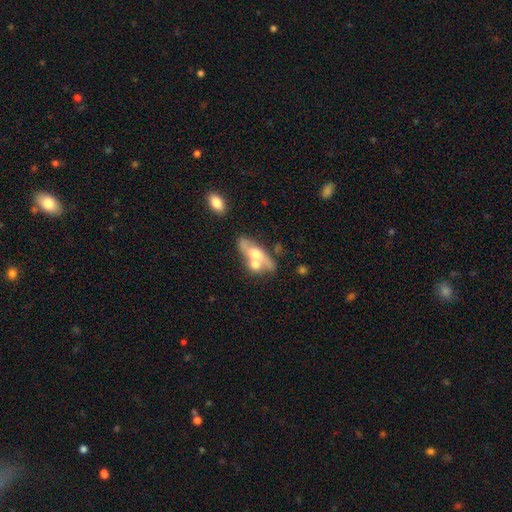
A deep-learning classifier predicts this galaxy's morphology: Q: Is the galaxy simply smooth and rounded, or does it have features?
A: featured or disk — 54%.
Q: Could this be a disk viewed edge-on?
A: no — 74%.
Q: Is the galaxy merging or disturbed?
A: merger — 45%.